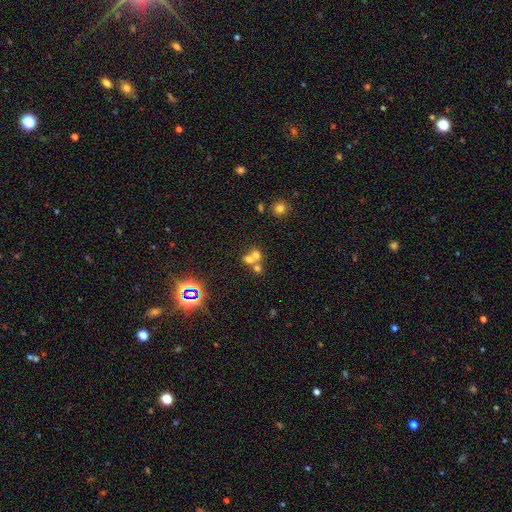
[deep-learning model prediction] Smooth or featured: smooth — 58% (star or artifact — 22%)
How rounded: round — 73% (in between — 26%)
Merging: merger — 60% (none — 31%)